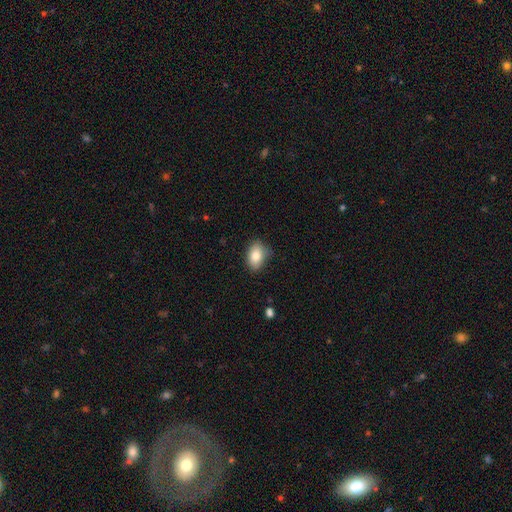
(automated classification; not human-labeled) This appears to be a smooth galaxy with no disk features (83%) that is in between round and cigar-shaped (85%). Merging: none (77%).